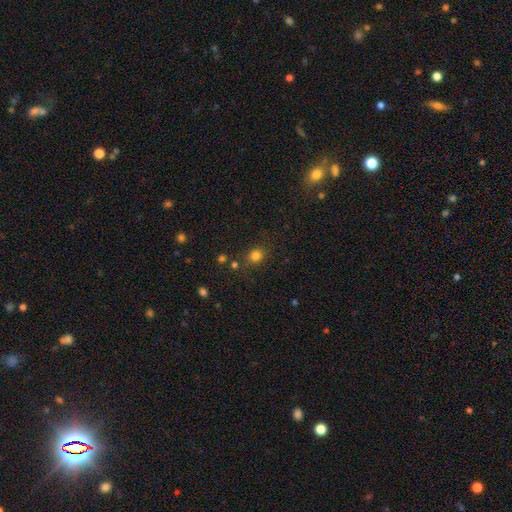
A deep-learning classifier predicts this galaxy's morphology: smooth 79%, star or artifact 15%, featured or disk 6%. Down the decision tree: how rounded — round (73%); merging — none (79%).